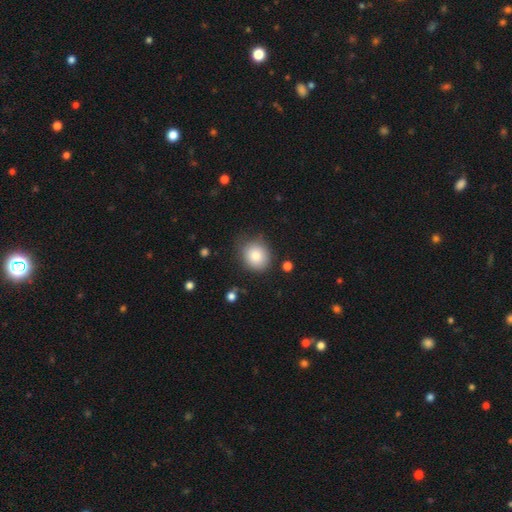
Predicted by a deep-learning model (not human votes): Smooth or featured? Predicted: smooth (p=0.82). How rounded? Predicted: round (p=0.71). Merging? Predicted: none (p=0.73).